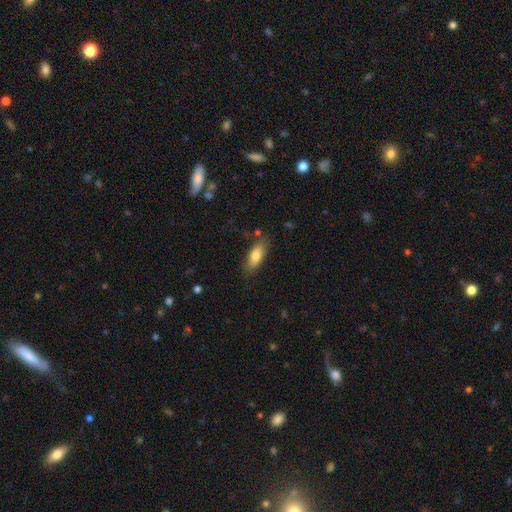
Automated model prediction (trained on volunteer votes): Smooth or featured? Predicted: smooth (p=0.77). How rounded? Predicted: in between (p=0.78). Merging? Predicted: none (p=0.78).